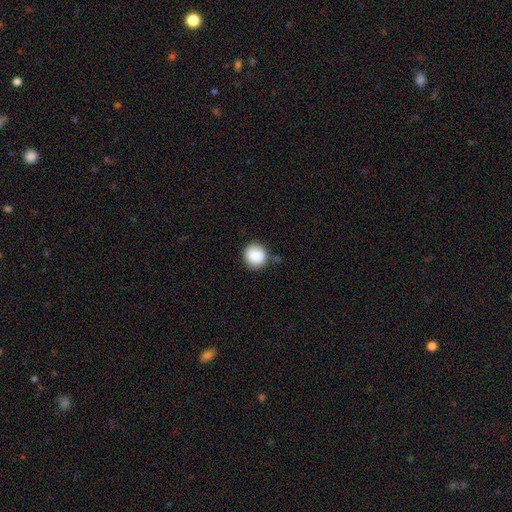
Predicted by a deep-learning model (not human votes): smooth-or-featured: smooth: 88% | star or artifact: 8% | featured or disk: 4%
  how-rounded: round: 90% | in between: 9% | cigar-shaped: 1%
  merging: none: 77% | minor disturbance: 16% | major disturbance: 4% | merger: 4%